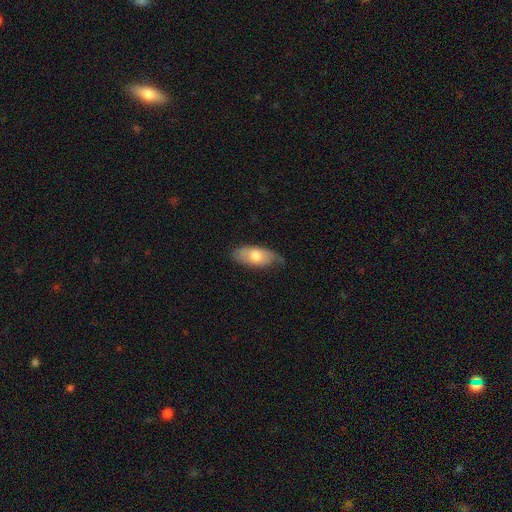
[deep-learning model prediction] Smooth or featured: smooth — 71% (featured or disk — 23%)
How rounded: in between — 88% (cigar-shaped — 9%)
Merging: none — 65% (minor disturbance — 28%)